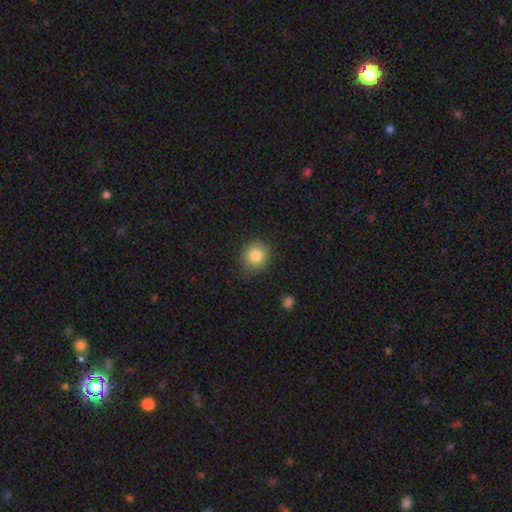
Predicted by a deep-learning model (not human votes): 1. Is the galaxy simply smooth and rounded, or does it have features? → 83% smooth, 9% star or artifact, 8% featured or disk.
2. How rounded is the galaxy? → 87% round, 12% in between, 1% cigar-shaped.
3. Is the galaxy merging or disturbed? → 83% none, 13% minor disturbance, 3% major disturbance, 1% merger.